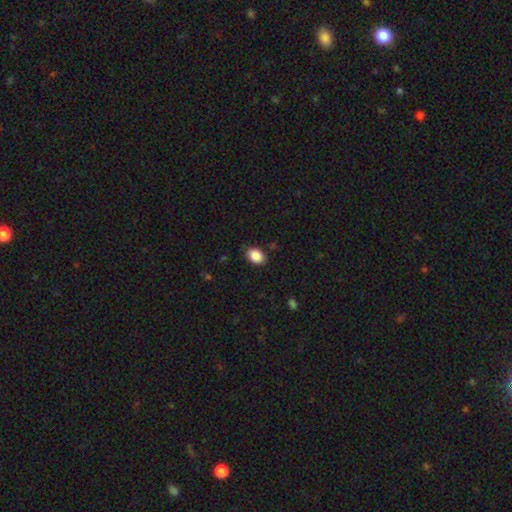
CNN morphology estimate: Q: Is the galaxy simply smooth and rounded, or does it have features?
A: smooth — 88%.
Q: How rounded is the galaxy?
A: in between — 82%.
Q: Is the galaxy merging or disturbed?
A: none — 85%.